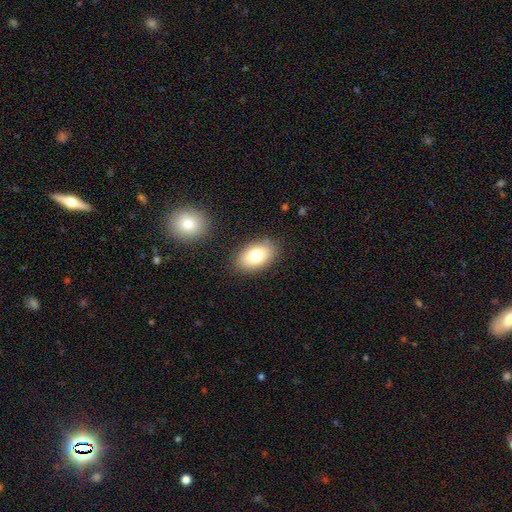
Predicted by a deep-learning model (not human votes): A smooth galaxy with no disk features (79%) that is in between round and cigar-shaped (90%). Merging: none (86%).